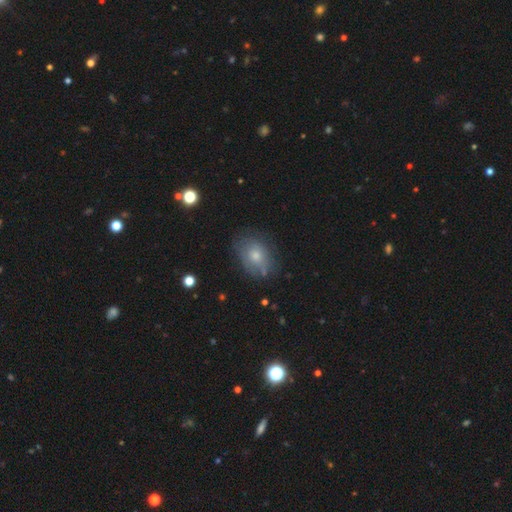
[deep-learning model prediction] A smooth galaxy with no disk features (62%) that is in between round and cigar-shaped (68%). Merging: none (64%).